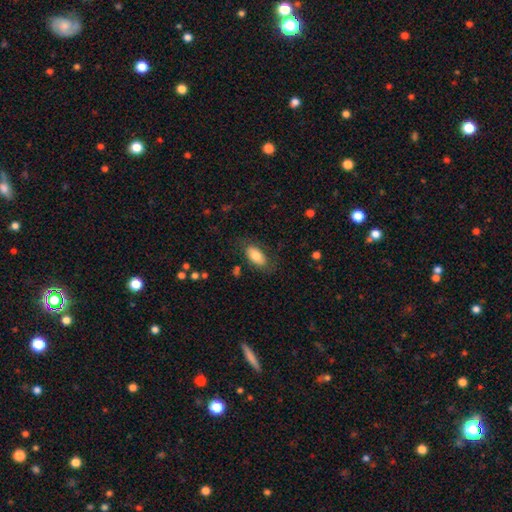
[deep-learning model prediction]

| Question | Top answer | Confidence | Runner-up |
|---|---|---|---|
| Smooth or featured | smooth | 77% | featured or disk (16%) |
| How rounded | in between | 92% | cigar-shaped (4%) |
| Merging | none | 75% | minor disturbance (16%) |